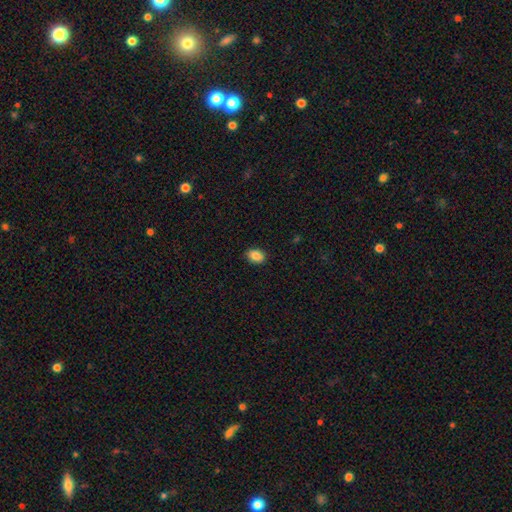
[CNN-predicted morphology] type=smooth (87%); roundness=in between (74%); merging=none (88%).